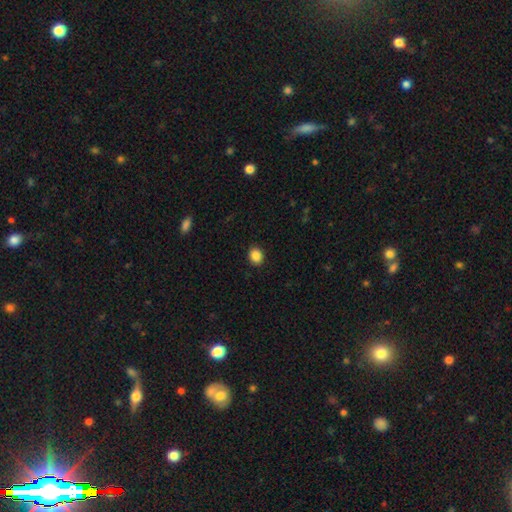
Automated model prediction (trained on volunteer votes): The model was most divided on "how rounded": round: 63%, in between: 36%, cigar-shaped: 1%. More confident: merging — none (90%); smooth or featured — smooth (88%).